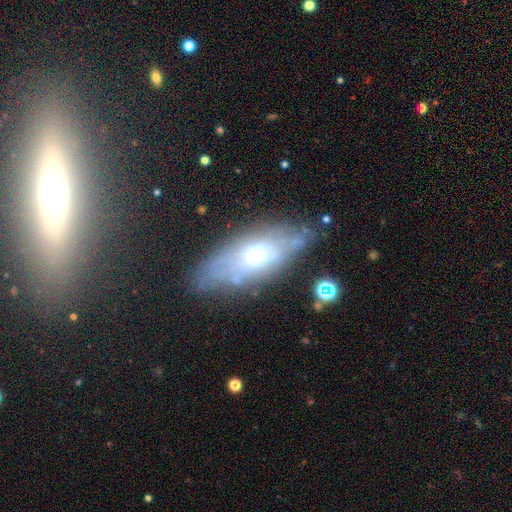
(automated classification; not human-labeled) Smooth or featured: featured or disk — 59% (smooth — 31%)
Edge-on disk: no — 68% (yes — 32%)
Merging: none — 69% (minor disturbance — 20%)